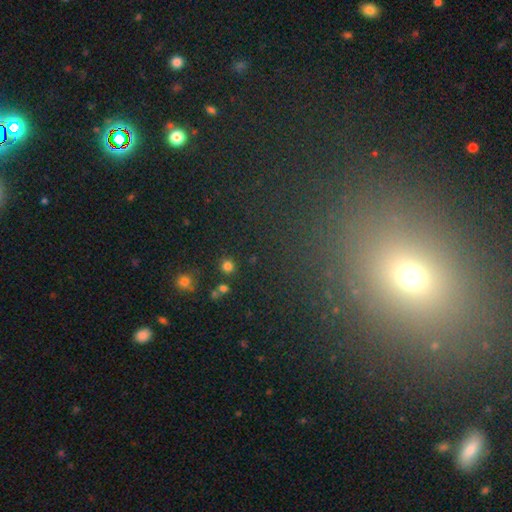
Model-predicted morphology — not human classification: smooth-or-featured: star or artifact: 50% | smooth: 39% | featured or disk: 11%